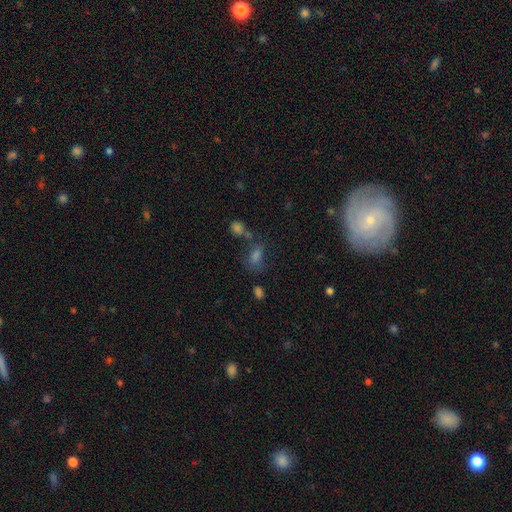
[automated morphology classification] Overall: smooth (52%; star or artifact 29%). How rounded: in between (75%). Merging: none (58%).